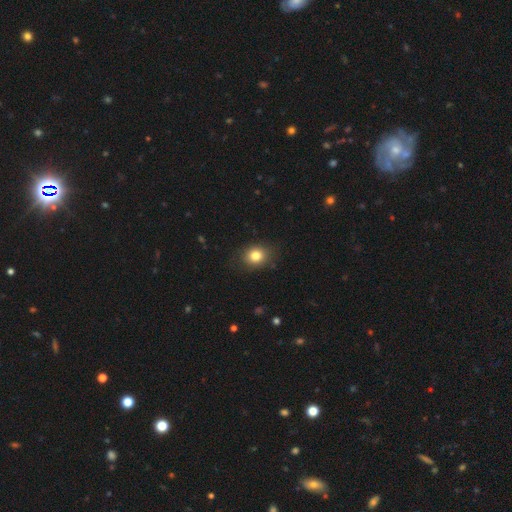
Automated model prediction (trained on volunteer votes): A smooth galaxy with no disk features (82%) that is round (56%).

Vote fractions:
- Smooth or featured? smooth: 82% / star or artifact: 10% / featured or disk: 8%
- How rounded? round: 56% / in between: 43% / cigar-shaped: 1%
- Merging? none: 83% / minor disturbance: 13% / major disturbance: 3% / merger: 1%